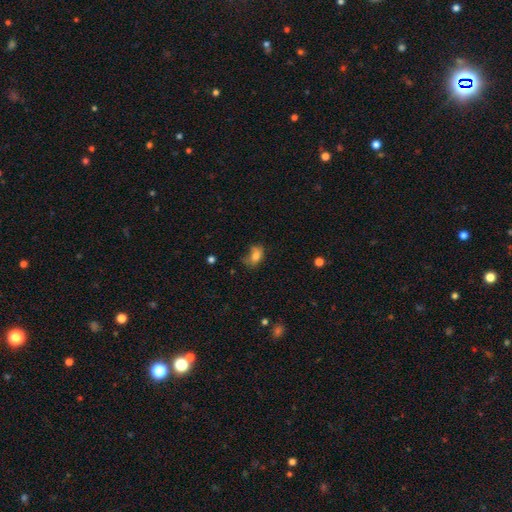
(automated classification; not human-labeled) Smooth or featured?
  - smooth: 74% *
  - featured or disk: 14%
  - star or artifact: 12%
How rounded?
  - in between: 82% *
  - round: 15%
  - cigar-shaped: 3%
Merging?
  - none: 39% *
  - minor disturbance: 33%
  - major disturbance: 22%
  - merger: 6%